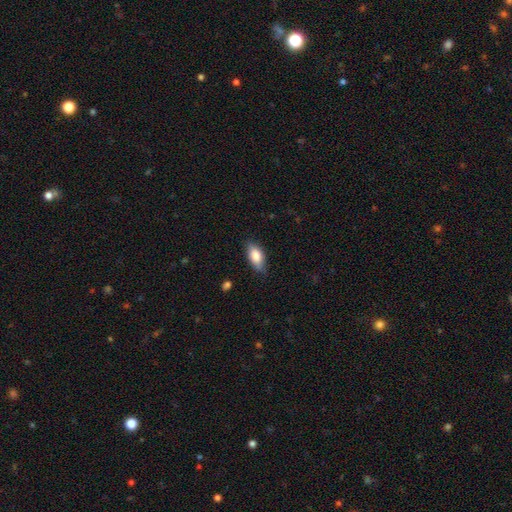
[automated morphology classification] smooth 82%, featured or disk 12%, star or artifact 6%. Down the decision tree: how rounded — in between (87%); merging — none (78%).